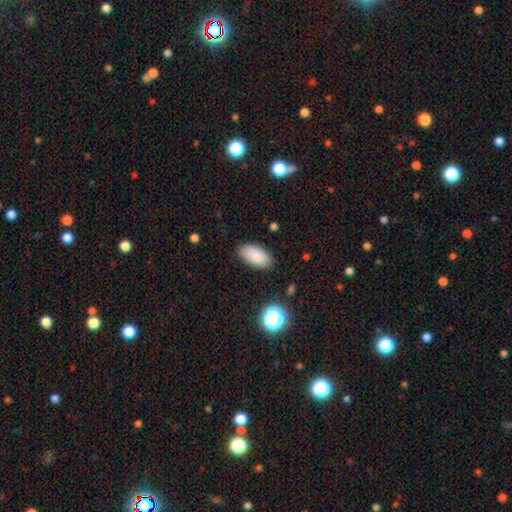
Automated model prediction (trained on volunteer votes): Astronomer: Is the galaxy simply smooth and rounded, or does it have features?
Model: smooth — 86%.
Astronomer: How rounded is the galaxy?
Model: in between — 93%.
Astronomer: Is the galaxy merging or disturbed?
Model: none — 86%.